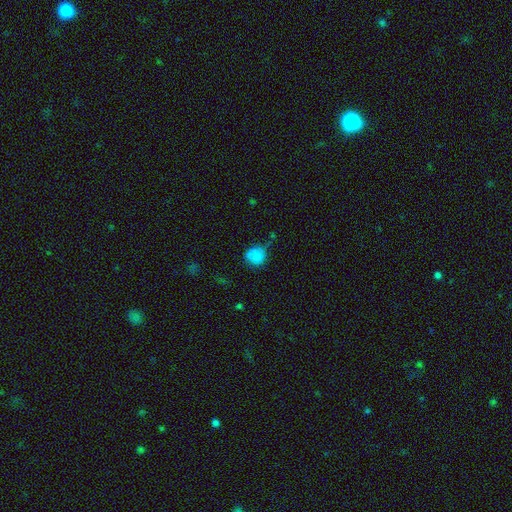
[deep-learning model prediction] smooth 83%, star or artifact 11%, featured or disk 6%. Down the decision tree: how rounded — round (83%); merging — none (60%).